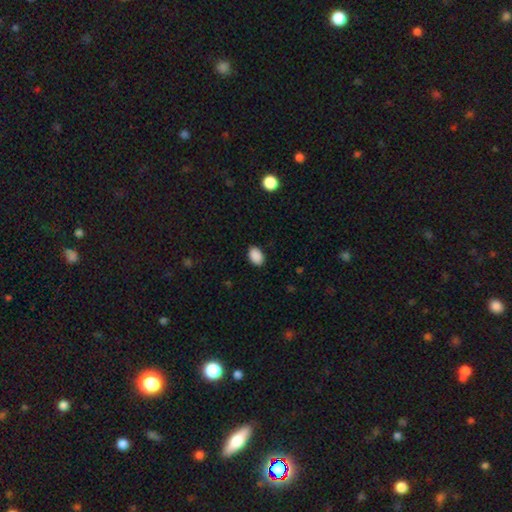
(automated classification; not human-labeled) The model was most divided on "how rounded": in between: 87%, round: 12%, cigar-shaped: 1%. More confident: smooth or featured — smooth (90%); merging — none (88%).